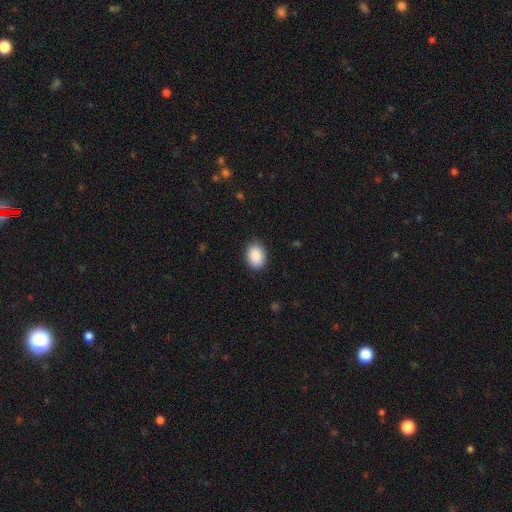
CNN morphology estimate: Smooth or featured? Predicted: smooth (p=0.90). How rounded? Predicted: in between (p=0.76). Merging? Predicted: none (p=0.86).